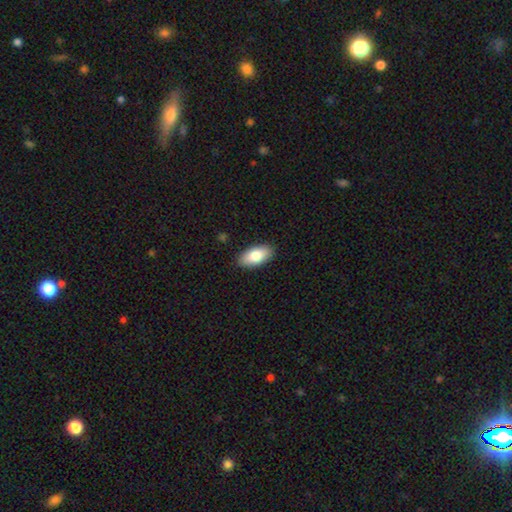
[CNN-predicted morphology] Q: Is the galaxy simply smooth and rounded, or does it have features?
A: smooth — 83%.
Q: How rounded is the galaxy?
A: in between — 93%.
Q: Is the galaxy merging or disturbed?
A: none — 89%.